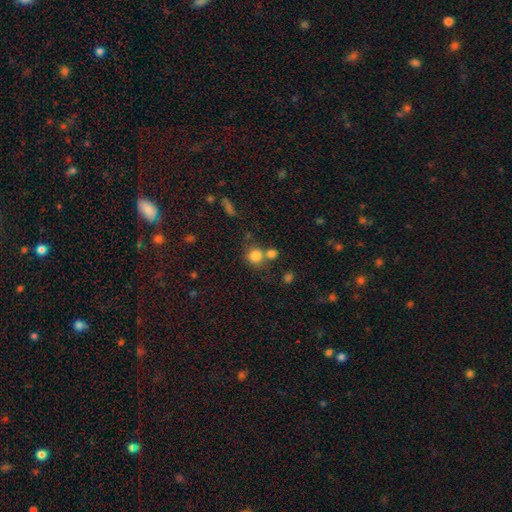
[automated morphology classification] This is clearly a smooth galaxy (81%). How rounded: clearly round (84%). Merging: possibly none (53%).